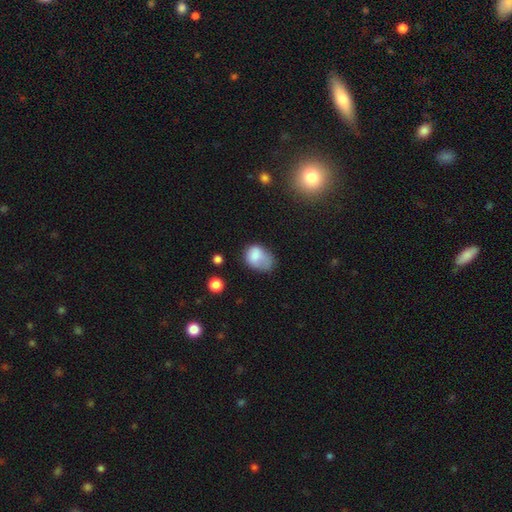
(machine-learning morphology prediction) smooth-or-featured: smooth: 77% | featured or disk: 14% | star or artifact: 10%
  how-rounded: in between: 70% | round: 29% | cigar-shaped: 1%
  merging: minor disturbance: 37% | none: 28% | major disturbance: 28% | merger: 7%